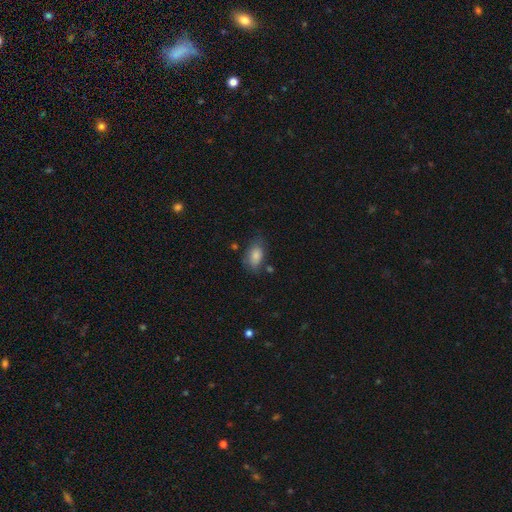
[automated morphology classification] smooth_or_featured: smooth (p=0.83) [alt: featured or disk p=0.10]
how_rounded: in between (p=0.90) [alt: round p=0.07]
merging: none (p=0.63) [alt: minor disturbance p=0.25]